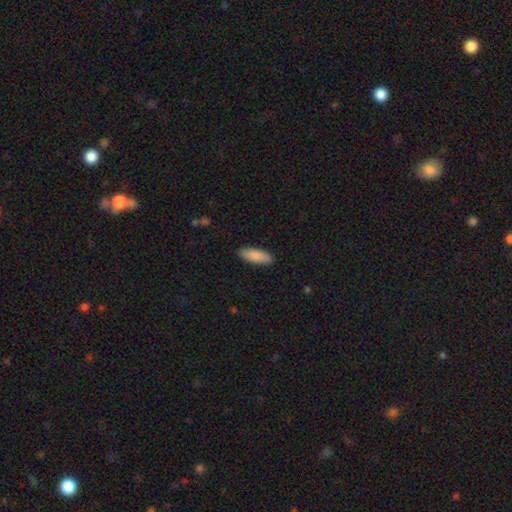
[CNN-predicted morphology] Overall: smooth (88%). How rounded: in between (62%; cigar-shaped 37%). Merging: none (89%).